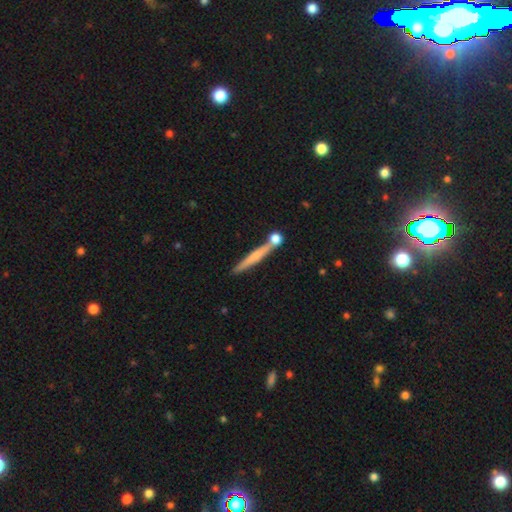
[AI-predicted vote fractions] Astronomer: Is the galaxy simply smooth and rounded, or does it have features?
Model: smooth — 50% (runner-up: featured or disk, 43%).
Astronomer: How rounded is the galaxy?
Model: cigar-shaped — 93%.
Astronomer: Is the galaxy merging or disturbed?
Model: none — 73%.